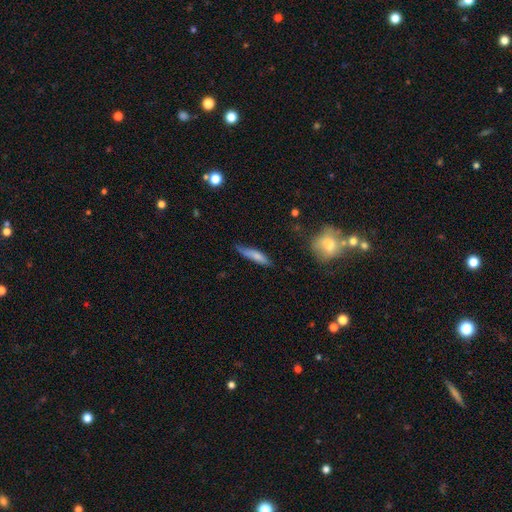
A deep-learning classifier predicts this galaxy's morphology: Smooth or featured? smooth (75%)
How rounded? cigar-shaped (79%)
Merging? none (64%)